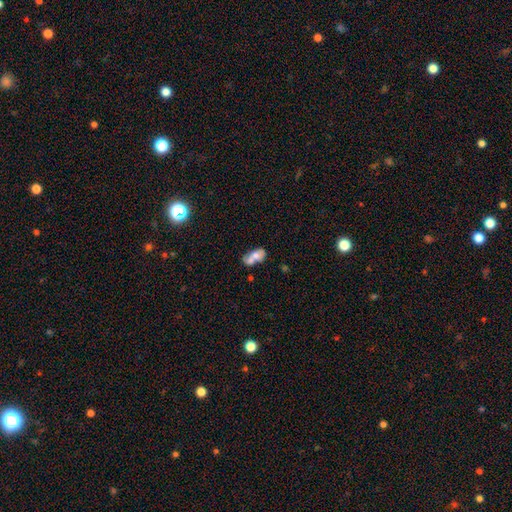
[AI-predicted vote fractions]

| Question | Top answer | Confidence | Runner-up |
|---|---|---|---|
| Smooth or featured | smooth | 60% | featured or disk (32%) |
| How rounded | in between | 83% | round (14%) |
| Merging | merger | 55% | none (25%) |